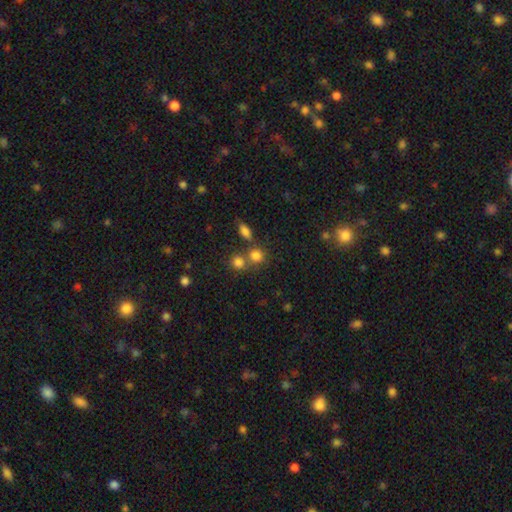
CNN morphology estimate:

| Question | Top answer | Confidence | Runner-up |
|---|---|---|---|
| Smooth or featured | smooth | 79% | star or artifact (14%) |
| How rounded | round | 77% | in between (22%) |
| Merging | none | 55% | merger (31%) |